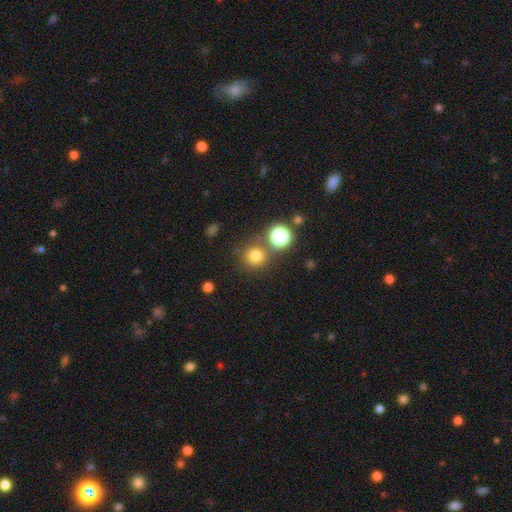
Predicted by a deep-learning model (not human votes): The model was most divided on "smooth or featured": smooth: 74%, star or artifact: 19%, featured or disk: 7%. More confident: how rounded — round (92%); merging — none (76%).